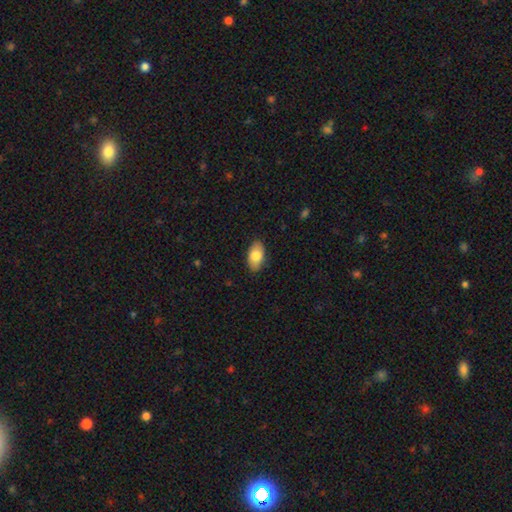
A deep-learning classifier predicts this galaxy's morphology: This appears to be a smooth galaxy with no disk features (80%) that is in between round and cigar-shaped (93%). Merging: none (87%).